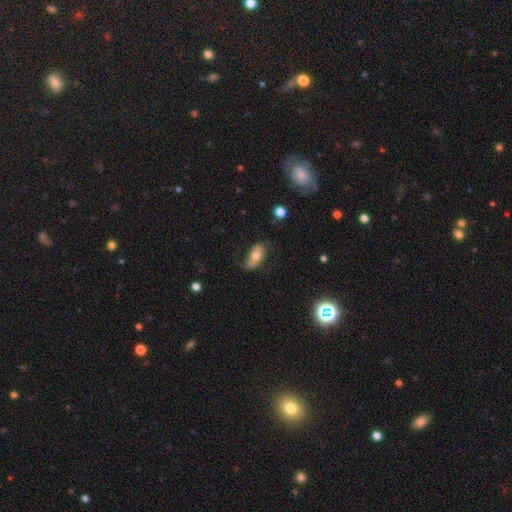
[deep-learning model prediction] A featured or disk galaxy (48%). Merging: none (56%).